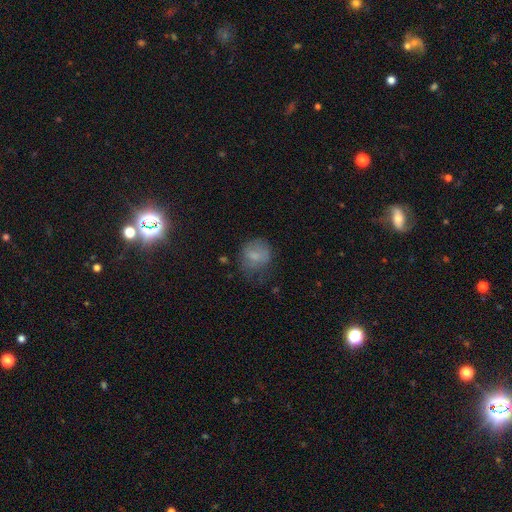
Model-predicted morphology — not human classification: Smooth or featured?
  - smooth: 73% *
  - featured or disk: 17%
  - star or artifact: 10%
How rounded?
  - round: 67% *
  - in between: 32%
  - cigar-shaped: 1%
Merging?
  - none: 49% *
  - minor disturbance: 29%
  - major disturbance: 20%
  - merger: 2%